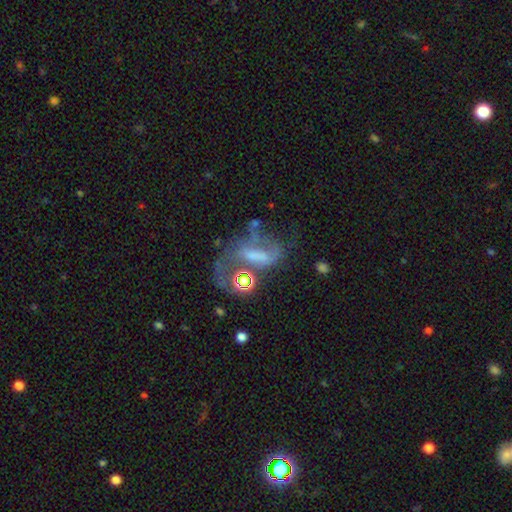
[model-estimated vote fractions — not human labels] Smooth or featured?
  - featured or disk: 58% *
  - smooth: 24%
  - star or artifact: 18%
Edge-on disk?
  - no: 93% *
  - yes: 7%
Bar?
  - no: 37% *
  - weak: 34%
  - strong: 29%
Spiral arms?
  - yes: 51% *
  - no: 49%
Bulge size?
  - none: 40% *
  - moderate: 26%
  - small: 25%
  - large: 8%
  - dominant: 2%
Merging?
  - major disturbance: 40% *
  - none: 29%
  - minor disturbance: 17%
  - merger: 15%